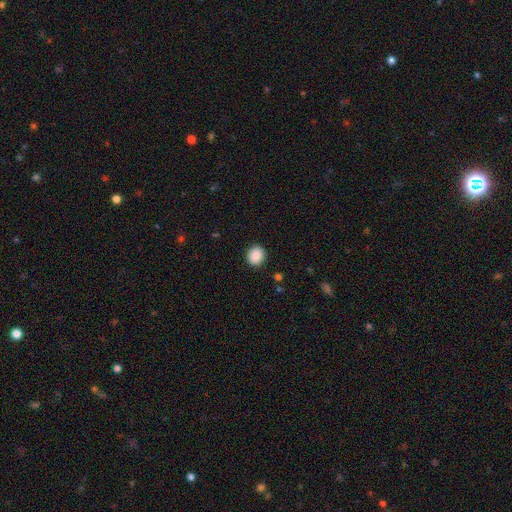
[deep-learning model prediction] A smooth galaxy with no disk features (89%) that is round (75%).

Vote fractions:
- Smooth or featured? smooth: 89% / star or artifact: 8% / featured or disk: 3%
- How rounded? round: 75% / in between: 24% / cigar-shaped: 1%
- Merging? none: 90% / minor disturbance: 7% / major disturbance: 2% / merger: 1%